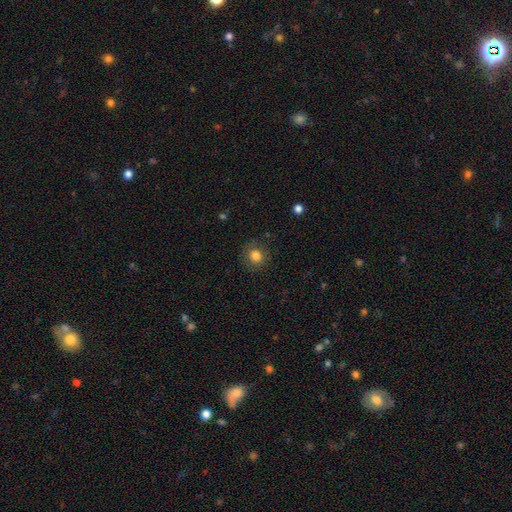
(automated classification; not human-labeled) Smooth or featured? smooth (81%)
How rounded? round (87%)
Merging? none (83%)